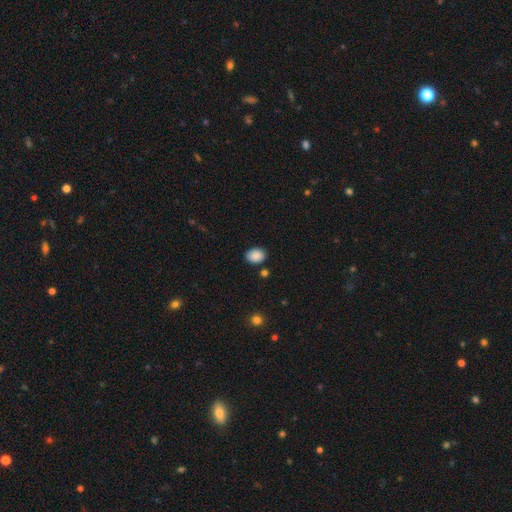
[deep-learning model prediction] smooth_or_featured: smooth (p=0.88) [alt: star or artifact p=0.08]
how_rounded: in between (p=0.62) [alt: round p=0.37]
merging: none (p=0.84) [alt: minor disturbance p=0.11]